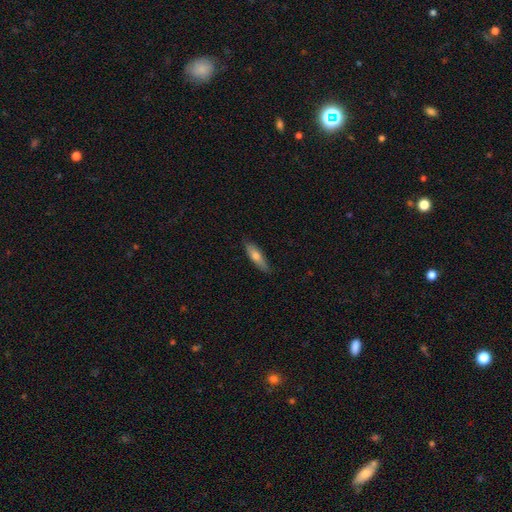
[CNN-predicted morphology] A smooth galaxy with no disk features (67%) that is cigar-shaped (61%).

Vote fractions:
- Smooth or featured? smooth: 67% / featured or disk: 27% / star or artifact: 6%
- How rounded? cigar-shaped: 61% / in between: 37% / round: 2%
- Merging? none: 84% / minor disturbance: 12% / major disturbance: 2% / merger: 1%